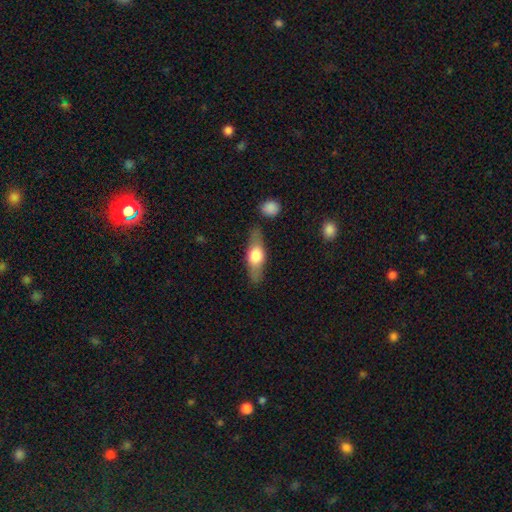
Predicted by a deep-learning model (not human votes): Overall: smooth (47%, tied with featured or disk). Merging: none (80%).